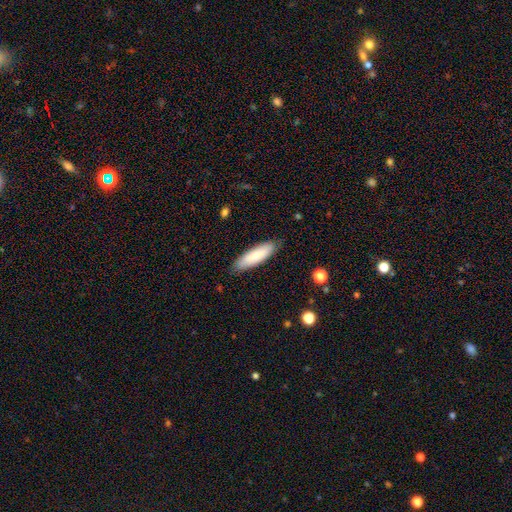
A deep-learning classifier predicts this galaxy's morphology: smooth_or_featured: smooth (p=0.82) [alt: featured or disk p=0.13]
how_rounded: cigar-shaped (p=0.59) [alt: in between p=0.40]
merging: none (p=0.86) [alt: minor disturbance p=0.11]